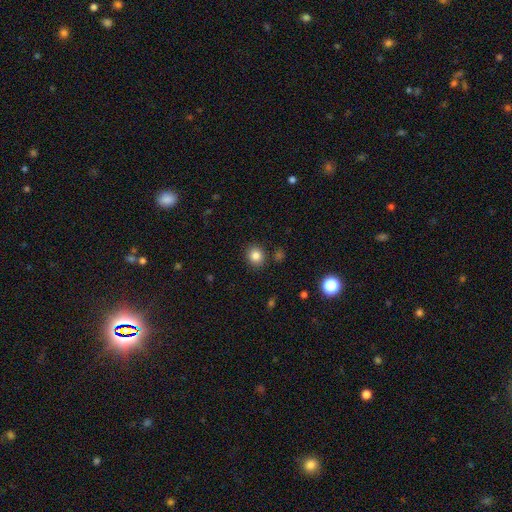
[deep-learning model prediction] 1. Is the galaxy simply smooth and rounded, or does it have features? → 83% smooth, 11% star or artifact, 5% featured or disk.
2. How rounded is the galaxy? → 79% round, 21% in between, 1% cigar-shaped.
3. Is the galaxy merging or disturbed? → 88% none, 8% minor disturbance, 3% merger, 2% major disturbance.